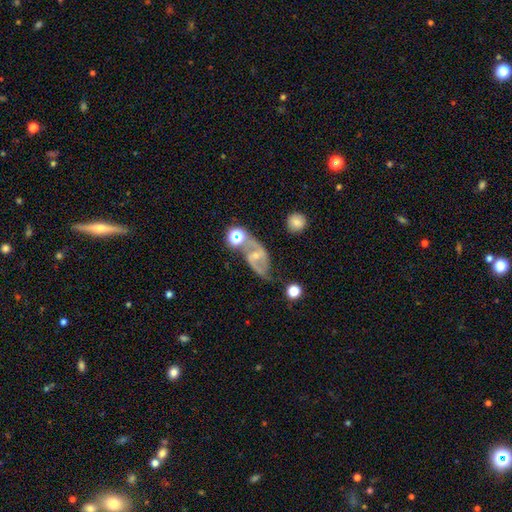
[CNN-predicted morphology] type=featured or disk (78%); edge-on=no (95%); bar=weak (44%); spiral arms=yes (89%); winding=medium (44%); arm count=2 (88%); bulge=small (57%); merging=none (54%).